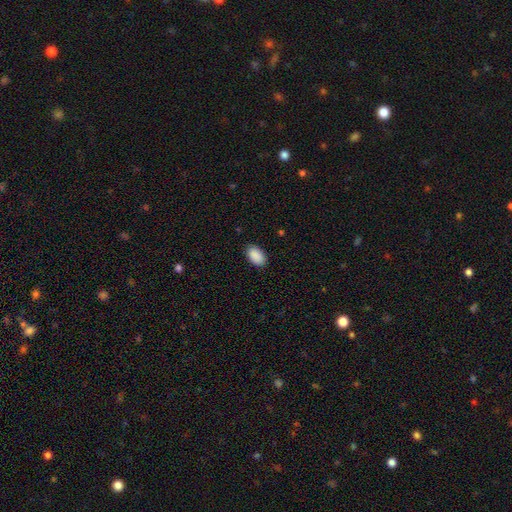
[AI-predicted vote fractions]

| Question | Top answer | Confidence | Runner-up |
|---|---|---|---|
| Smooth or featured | smooth | 91% | star or artifact (7%) |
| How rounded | in between | 93% | round (6%) |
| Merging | none | 88% | minor disturbance (9%) |